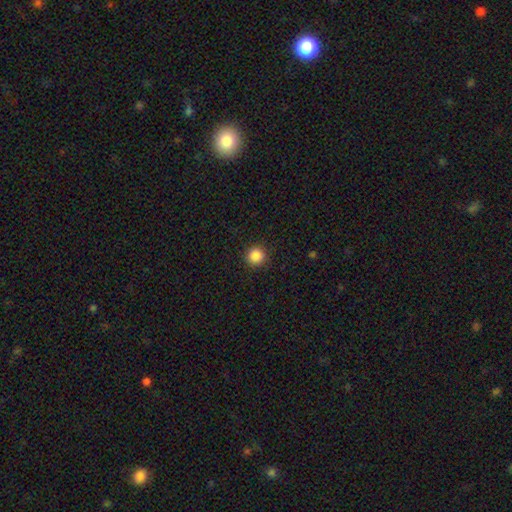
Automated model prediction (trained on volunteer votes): Overall: smooth (87%). How rounded: round (94%). Merging: none (92%).